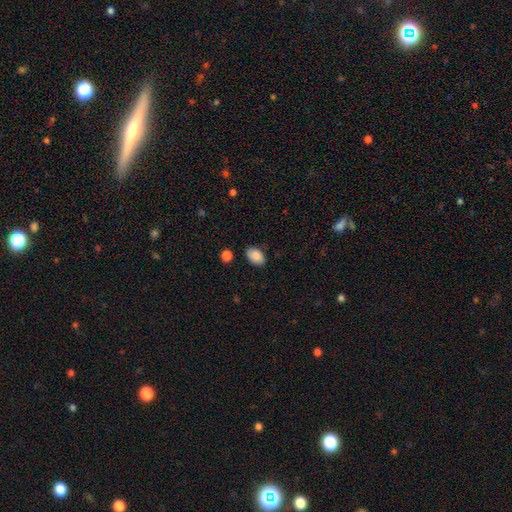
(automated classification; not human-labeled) smooth 85%, featured or disk 8%, star or artifact 7%. Down the decision tree: how rounded — in between (87%); merging — none (84%).